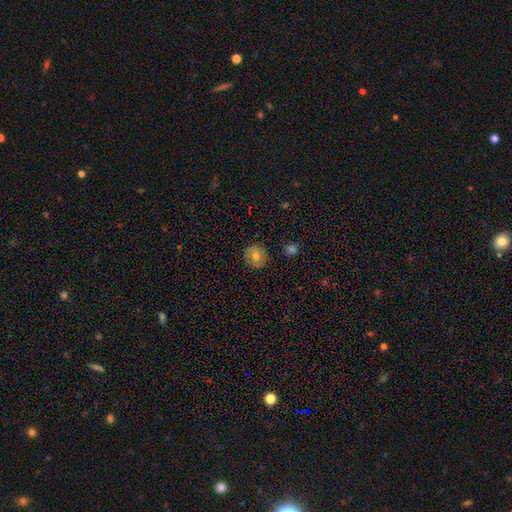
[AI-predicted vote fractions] A smooth galaxy with no disk features (66%) that is round (86%). Merging: none (86%).